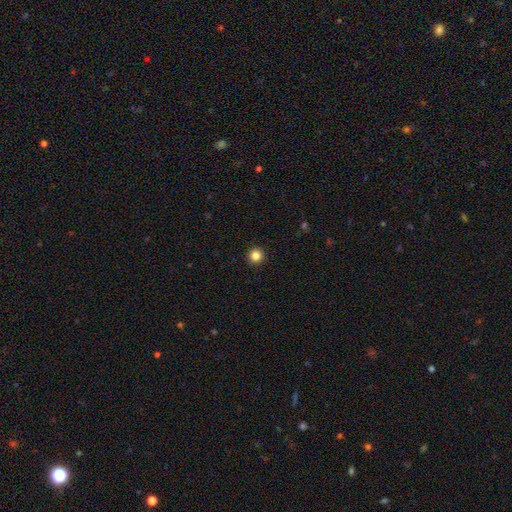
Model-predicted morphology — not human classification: Smooth or featured: smooth — 84% (star or artifact — 12%)
How rounded: round — 95% (in between — 4%)
Merging: none — 94% (minor disturbance — 4%)